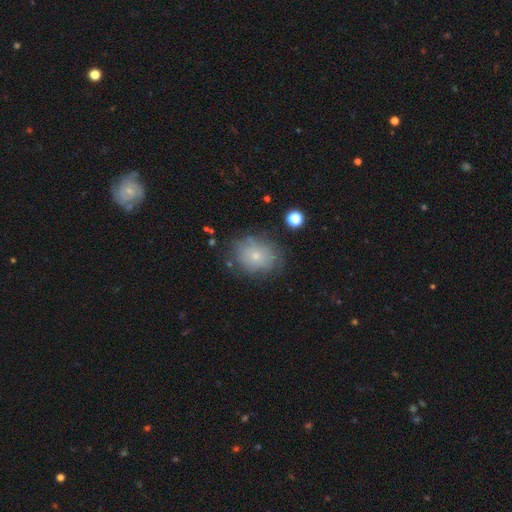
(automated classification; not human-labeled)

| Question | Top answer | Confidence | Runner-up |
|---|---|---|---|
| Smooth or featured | smooth | 66% | featured or disk (23%) |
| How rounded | in between | 50% | round (49%) |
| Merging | none | 71% | minor disturbance (19%) |